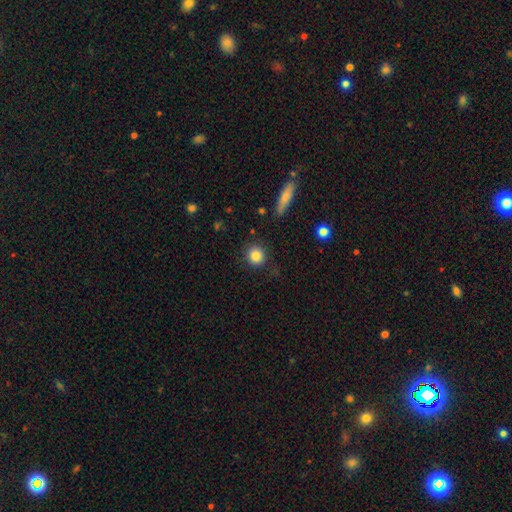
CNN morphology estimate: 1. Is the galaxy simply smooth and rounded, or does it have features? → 86% smooth, 9% star or artifact, 5% featured or disk.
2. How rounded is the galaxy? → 88% round, 11% in between, 1% cigar-shaped.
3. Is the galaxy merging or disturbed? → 86% none, 9% minor disturbance, 3% major disturbance, 2% merger.